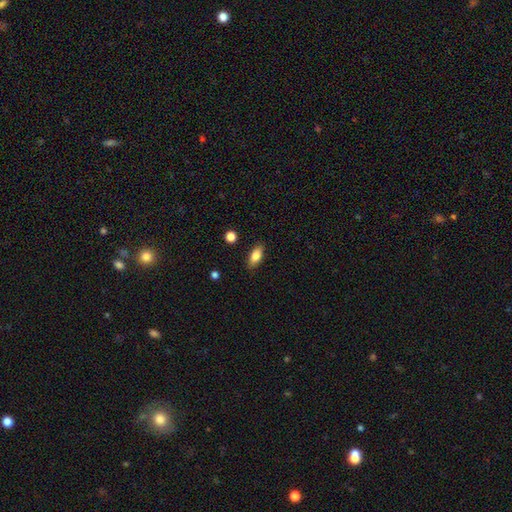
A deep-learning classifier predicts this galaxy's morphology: Smooth or featured? Predicted: smooth (p=0.80). How rounded? Predicted: in between (p=0.84). Merging? Predicted: none (p=0.87).